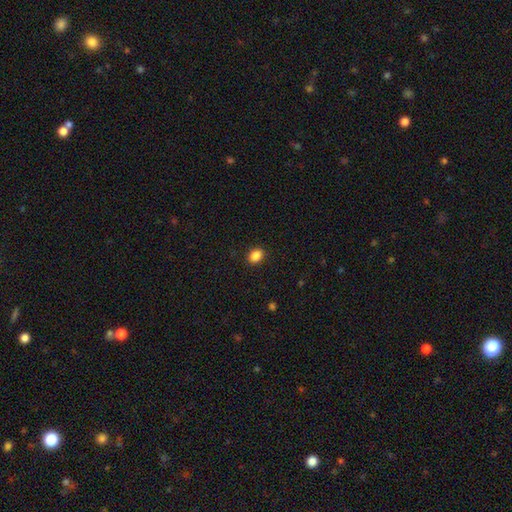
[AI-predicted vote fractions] Smooth or featured? smooth (87%)
How rounded? in between (56%)
Merging? none (90%)